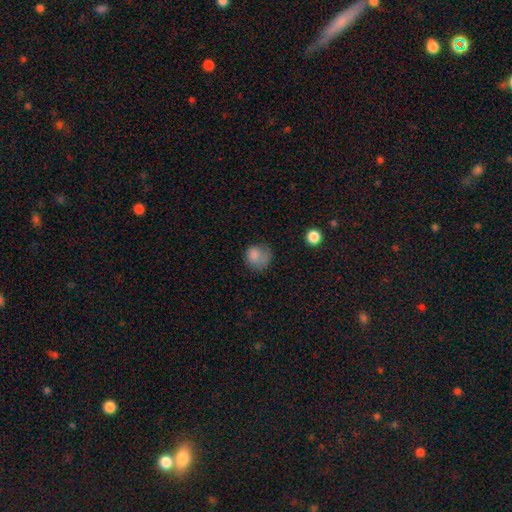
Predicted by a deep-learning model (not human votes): A smooth galaxy with no disk features (79%) that is round (74%).

Vote fractions:
- Smooth or featured? smooth: 79% / featured or disk: 11% / star or artifact: 9%
- How rounded? round: 74% / in between: 25% / cigar-shaped: 1%
- Merging? none: 44% / minor disturbance: 28% / major disturbance: 25% / merger: 3%